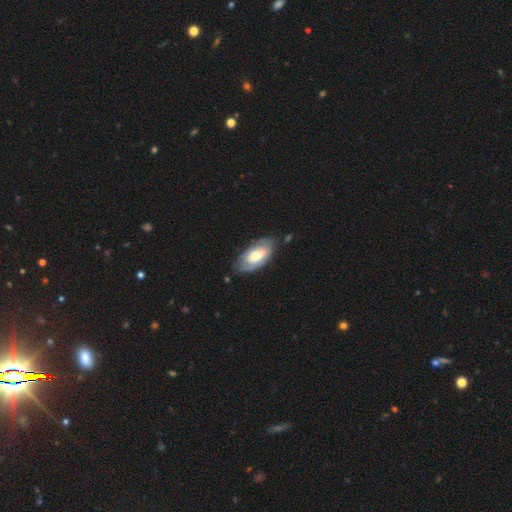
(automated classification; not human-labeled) featured or disk 49%, smooth 45%, star or artifact 6%. Down the decision tree: merging — none (68%).